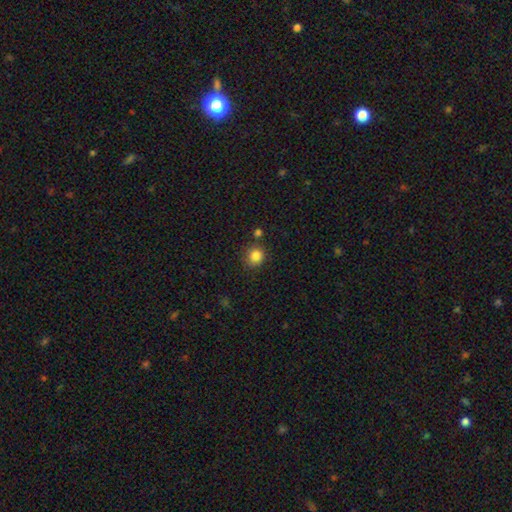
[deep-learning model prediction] Morphology: type=smooth (85%); roundness=round (88%); merging=none (79%).